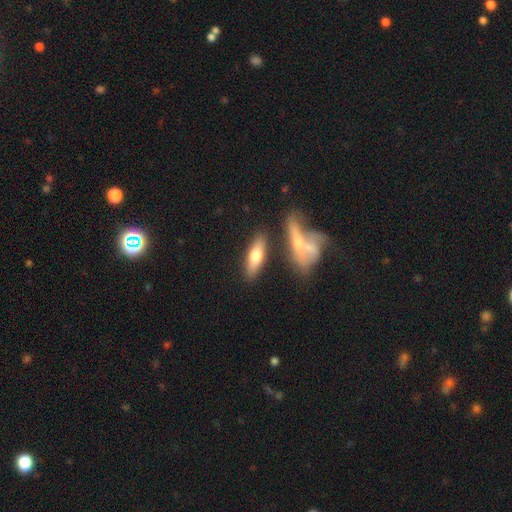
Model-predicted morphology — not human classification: The model was most divided on "how rounded": in between: 53%, cigar-shaped: 44%, round: 3%. More confident: merging — none (75%); smooth or featured — smooth (65%).